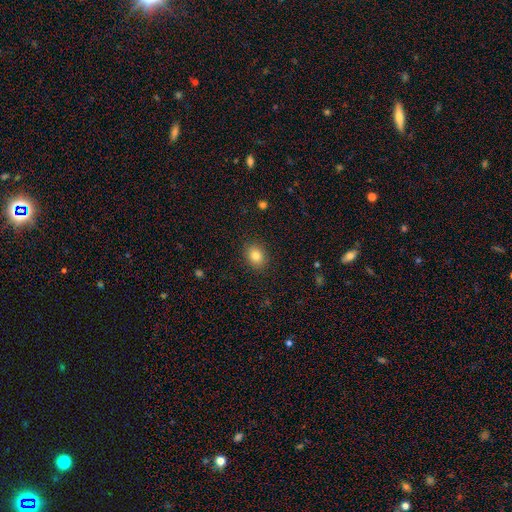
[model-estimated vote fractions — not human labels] Q: Smooth or featured?
A: smooth (84%); runner-up: star or artifact (10%)
Q: How rounded?
A: in between (53%); runner-up: round (46%)
Q: Merging?
A: none (88%); runner-up: minor disturbance (8%)